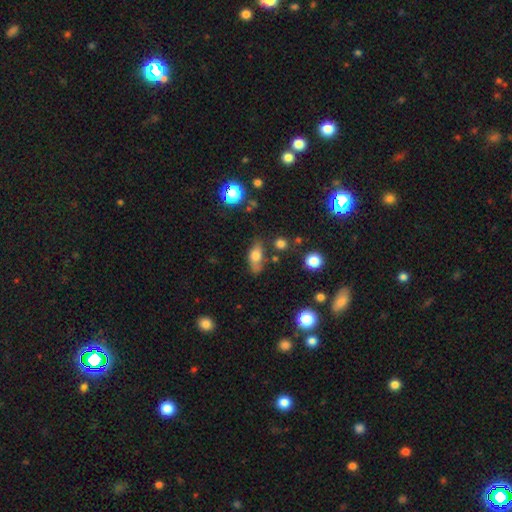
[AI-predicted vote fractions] smooth-or-featured: smooth: 66% | featured or disk: 25% | star or artifact: 9%
  how-rounded: in between: 78% | cigar-shaped: 14% | round: 8%
  merging: none: 60% | minor disturbance: 25% | major disturbance: 8% | merger: 7%